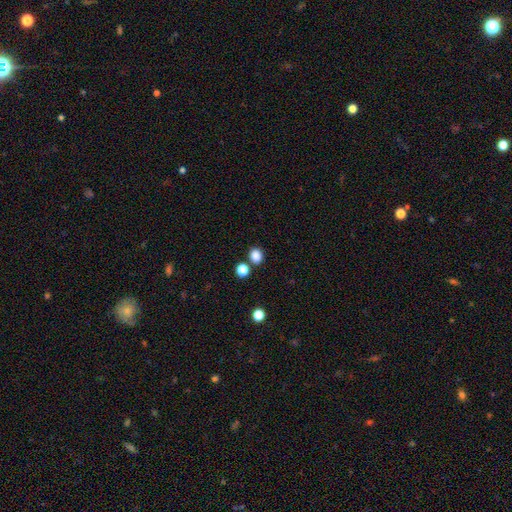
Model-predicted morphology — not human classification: Overall: smooth (85%). How rounded: round (60%; in between 39%). Merging: none (78%).